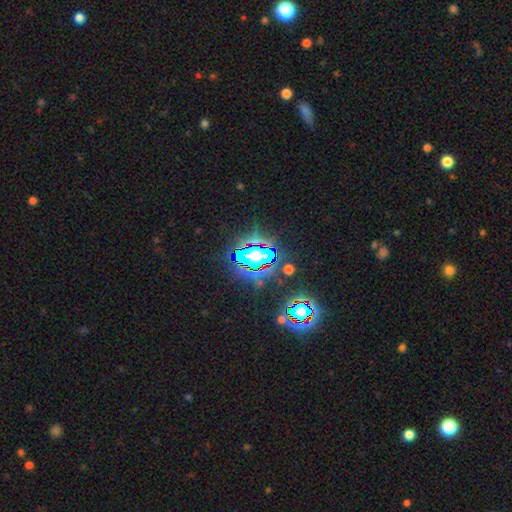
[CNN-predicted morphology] This appears to be a star or artifact, not a galaxy (74%).